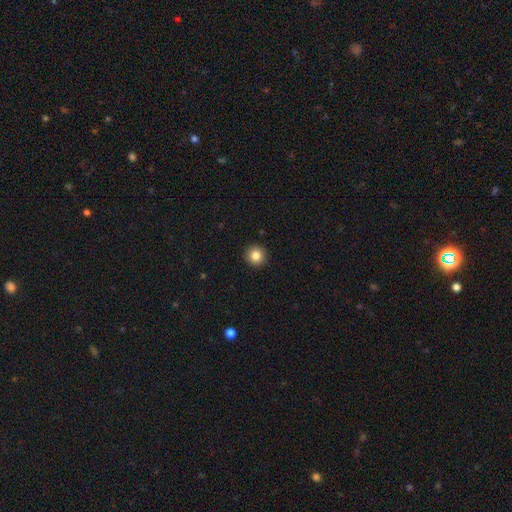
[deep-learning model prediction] A smooth galaxy with no disk features (84%) that is round (95%). Merging: none (93%).